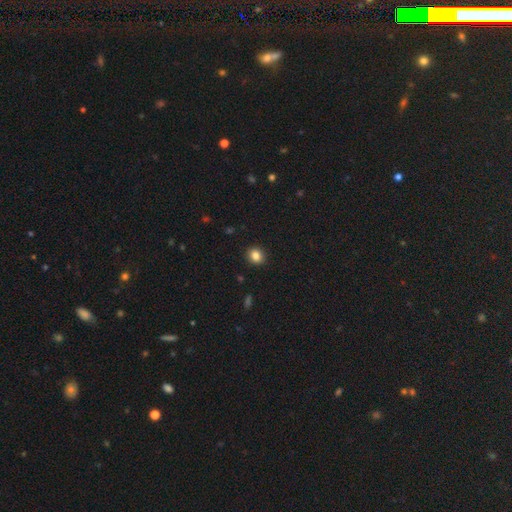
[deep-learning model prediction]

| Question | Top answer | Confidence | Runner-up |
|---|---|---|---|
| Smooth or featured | smooth | 84% | star or artifact (10%) |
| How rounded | round | 75% | in between (25%) |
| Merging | none | 92% | minor disturbance (6%) |